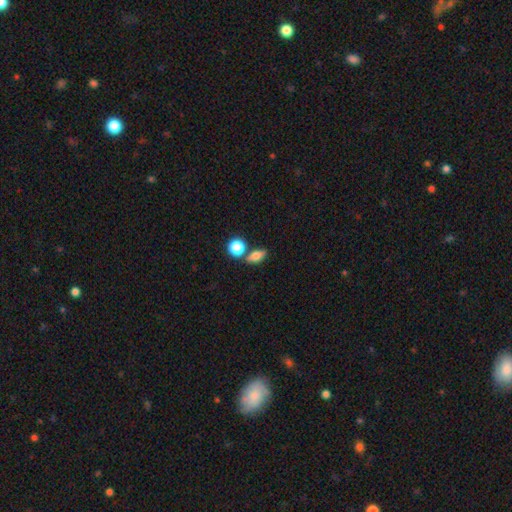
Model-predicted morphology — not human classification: Smooth or featured: smooth — 77% (featured or disk — 13%)
How rounded: in between — 72% (round — 19%)
Merging: none — 66% (merger — 18%)